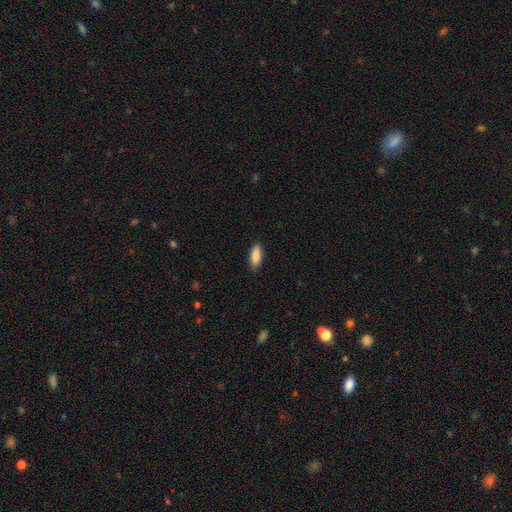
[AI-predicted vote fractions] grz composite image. It shows a smooth galaxy with no disk features (89%) that is in between round and cigar-shaped (71%). Merging: none (89%).